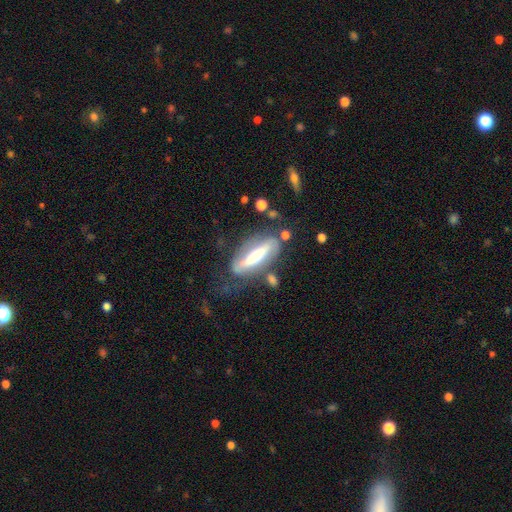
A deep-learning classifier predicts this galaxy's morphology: Overall: featured or disk (66%; smooth 27%). Edge-on disk: no (59%; yes 41%). Merging: none (53%; minor disturbance 23%).